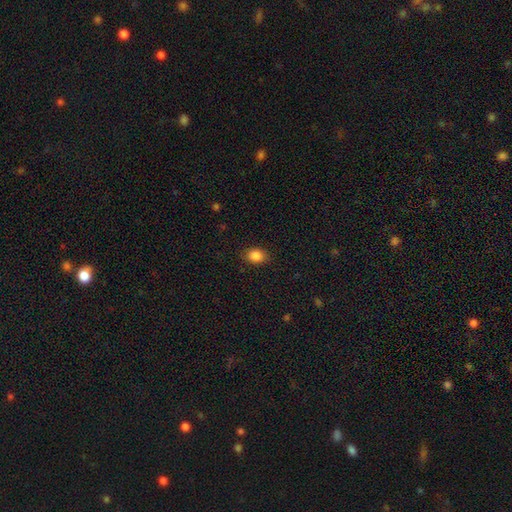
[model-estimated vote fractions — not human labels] A smooth galaxy with no disk features (86%) that is in between round and cigar-shaped (63%).

Vote fractions:
- Smooth or featured? smooth: 86% / star or artifact: 9% / featured or disk: 5%
- How rounded? in between: 63% / round: 36% / cigar-shaped: 1%
- Merging? none: 86% / minor disturbance: 10% / major disturbance: 3% / merger: 1%